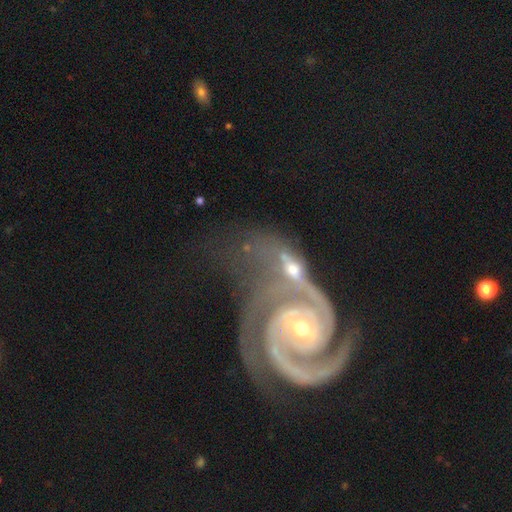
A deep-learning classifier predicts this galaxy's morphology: A featured or disk galaxy (91%) with no bar (50%), 2 (84%) tight (61%) spiral arms (98%) and a small central bulge (60%).

Vote fractions:
- Smooth or featured? featured or disk: 91% / star or artifact: 5% / smooth: 4%
- Edge-on disk? no: 97% / yes: 3%
- Bar? no: 50% / weak: 32% / strong: 18%
- Spiral arms? yes: 98% / no: 2%
- Spiral winding? tight: 61% / medium: 33% / loose: 6%
- Spiral arm count? 2: 84% / 3: 6% / can't tell: 4% / 1: 2% / 4: 2% / more than 4: 2%
- Bulge size? small: 60% / moderate: 36% / large: 2% / none: 1% / dominant: 1%
- Merging? merger: 47% / none: 29% / minor disturbance: 14% / major disturbance: 10%